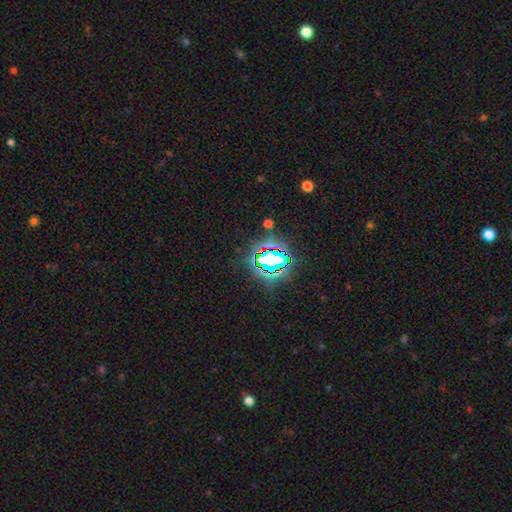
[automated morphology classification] Smooth or featured? Predicted: star or artifact (p=0.79).